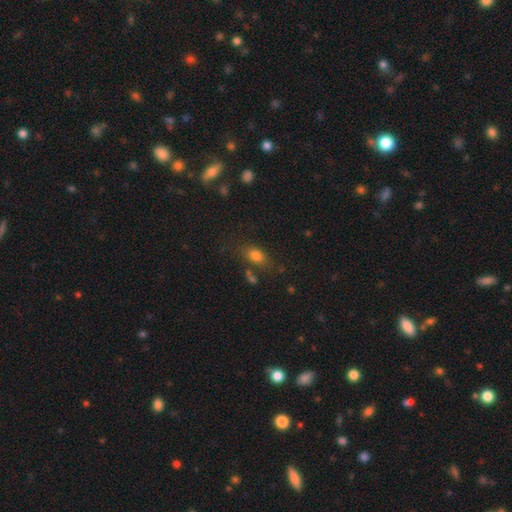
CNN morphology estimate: smooth 78%, star or artifact 12%, featured or disk 9%. Down the decision tree: how rounded — in between (78%); merging — none (69%).